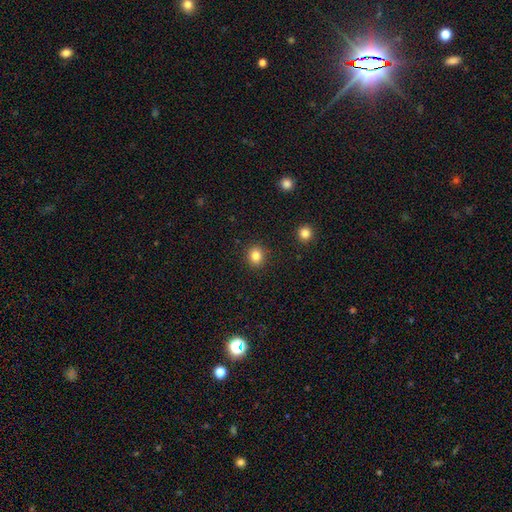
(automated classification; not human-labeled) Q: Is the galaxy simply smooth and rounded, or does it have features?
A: smooth — 83%.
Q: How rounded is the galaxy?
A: round — 85%.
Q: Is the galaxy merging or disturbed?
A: none — 90%.